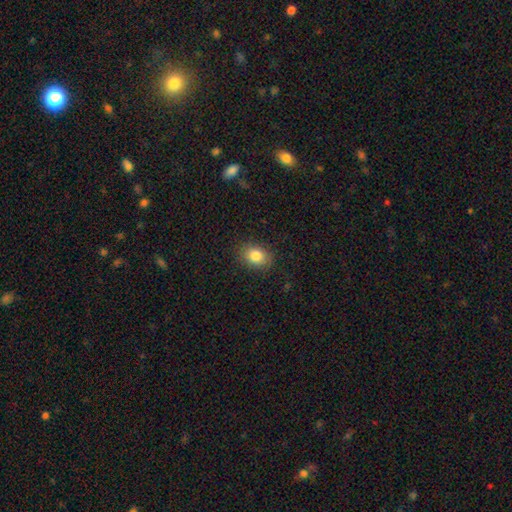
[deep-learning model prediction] This is clearly a smooth galaxy (84%). How rounded: likely in between (61%). Merging: clearly none (86%).